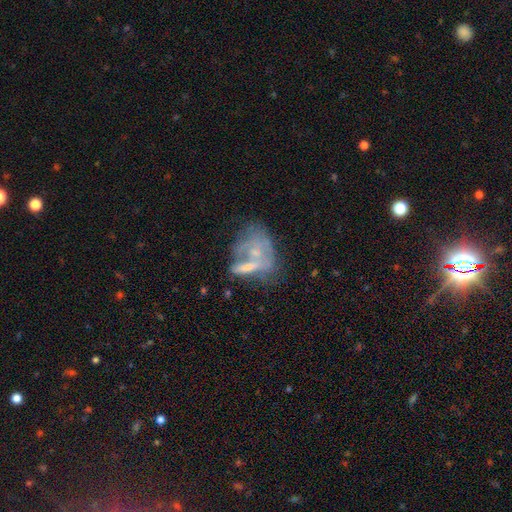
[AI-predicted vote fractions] smooth-or-featured: featured or disk: 54% | smooth: 29% | star or artifact: 17%
  disk-edge-on: no: 92% | yes: 8%
    bar: no: 73% | weak: 19% | strong: 8%
    has-spiral-arms: no: 66% | yes: 34%
    bulge-size: small: 52% | moderate: 23% | none: 20% | large: 3% | dominant: 2%
  merging: merger: 41% | none: 28% | major disturbance: 17% | minor disturbance: 14%